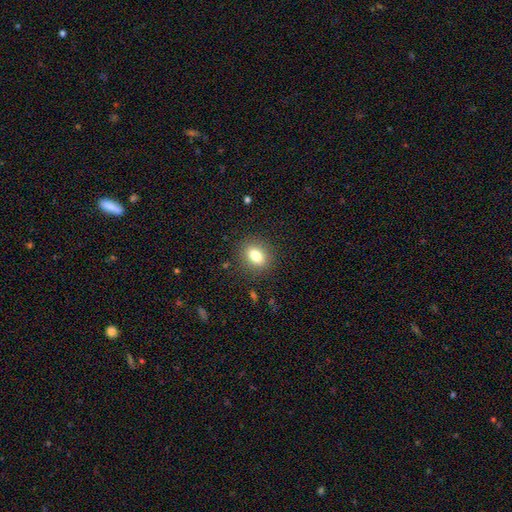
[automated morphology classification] This appears to be a smooth galaxy with no disk features (80%) that is in between round and cigar-shaped (65%). Merging: none (87%).